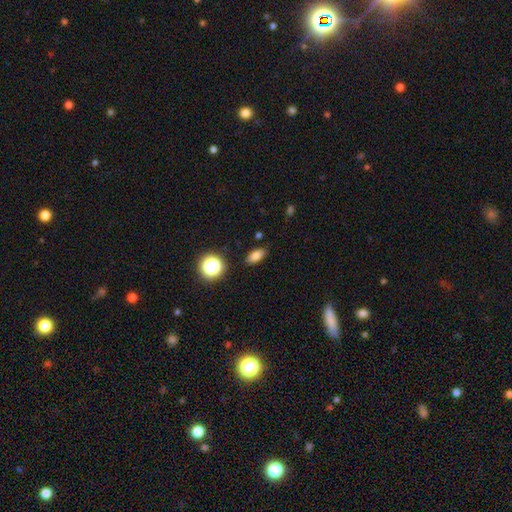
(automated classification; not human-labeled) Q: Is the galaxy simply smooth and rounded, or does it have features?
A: smooth — 80%.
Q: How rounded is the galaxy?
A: in between — 84%.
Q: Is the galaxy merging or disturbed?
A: none — 87%.